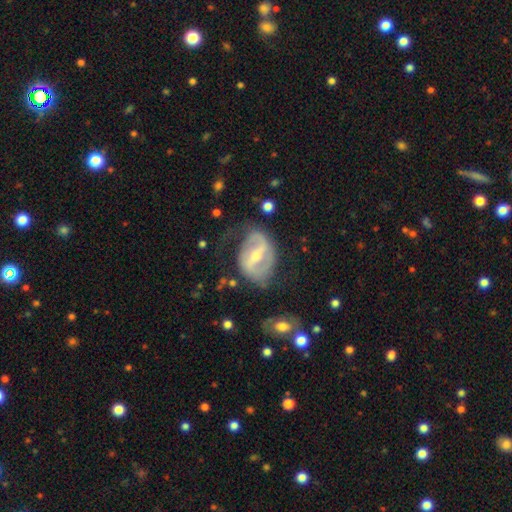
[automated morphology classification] Smooth or featured?
  - featured or disk: 77% *
  - smooth: 17%
  - star or artifact: 6%
Edge-on disk?
  - no: 95% *
  - yes: 5%
Bar?
  - strong: 56% *
  - weak: 34%
  - no: 10%
Spiral arms?
  - yes: 75% *
  - no: 25%
Spiral winding?
  - medium: 42% *
  - loose: 30%
  - tight: 28%
Spiral arm count?
  - 2: 74% *
  - can't tell: 15%
  - 1: 8%
  - 3: 2%
  - 4: 1%
  - more than 4: 1%
Bulge size?
  - moderate: 53% *
  - small: 40%
  - large: 3%
  - none: 3%
  - dominant: 1%
Merging?
  - none: 56% *
  - minor disturbance: 24%
  - major disturbance: 18%
  - merger: 2%